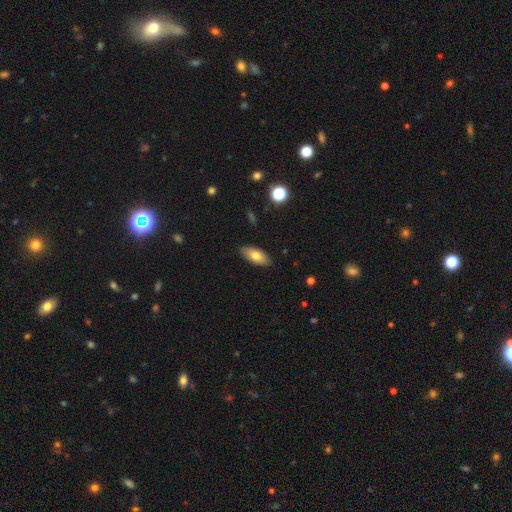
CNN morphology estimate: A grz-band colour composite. It shows a smooth galaxy with no disk features (73%) that is in between round and cigar-shaped (87%). Merging: none (88%).